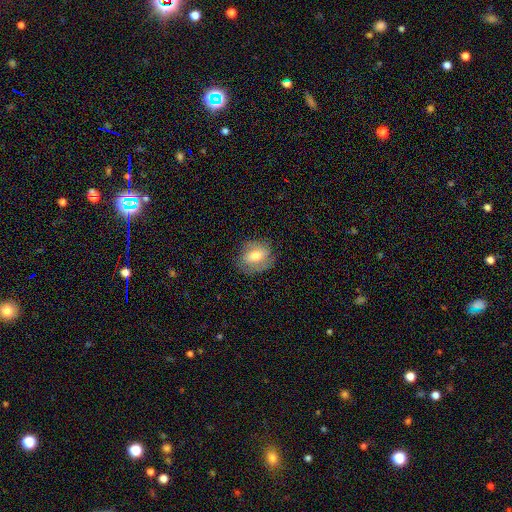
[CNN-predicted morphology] smooth-or-featured: smooth: 54% | featured or disk: 38% | star or artifact: 8%
  how-rounded: round: 49% (tied) | in between: 49% (tied) | cigar-shaped: 2%
  merging: none: 75% | minor disturbance: 17% | major disturbance: 6% | merger: 1%